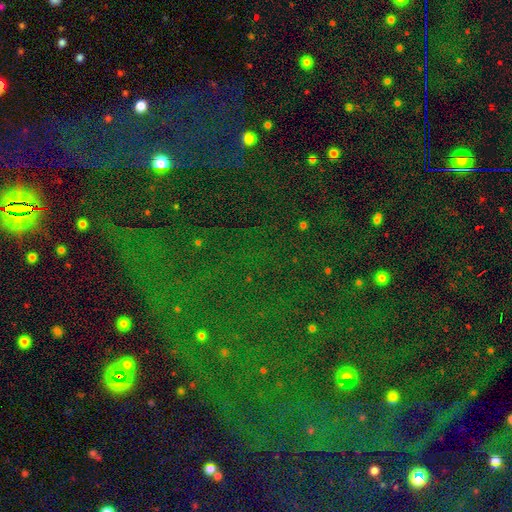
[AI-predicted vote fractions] The model was most divided on "smooth or featured": star or artifact: 79%, smooth: 12%, featured or disk: 8%.